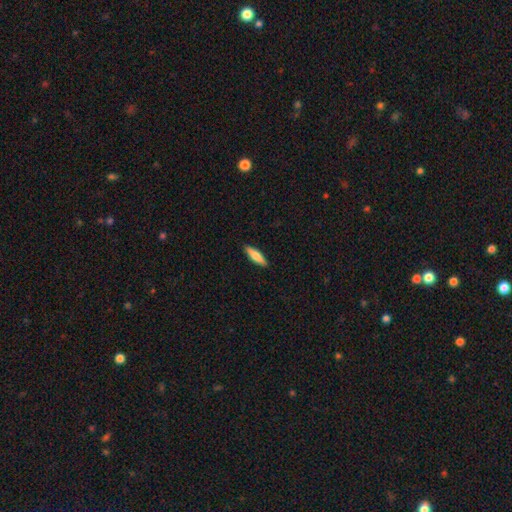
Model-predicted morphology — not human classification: Q: Smooth or featured?
A: smooth (74%); runner-up: featured or disk (21%)
Q: How rounded?
A: cigar-shaped (62%); runner-up: in between (36%)
Q: Merging?
A: none (90%); runner-up: minor disturbance (7%)